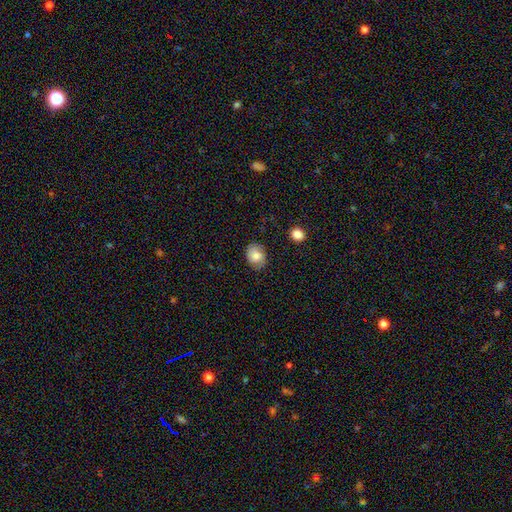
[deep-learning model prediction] This appears to be a smooth galaxy with no disk features (80%) that is in between round and cigar-shaped (58%). Merging: none (80%).